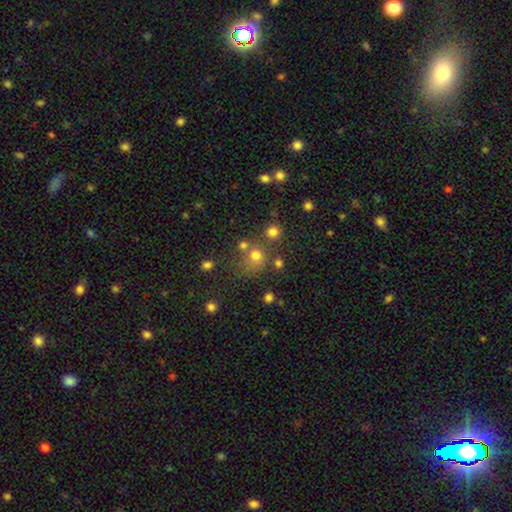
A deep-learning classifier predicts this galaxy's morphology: Smooth or featured: smooth — 72% (star or artifact — 19%)
How rounded: round — 83% (in between — 16%)
Merging: none — 59% (merger — 21%)